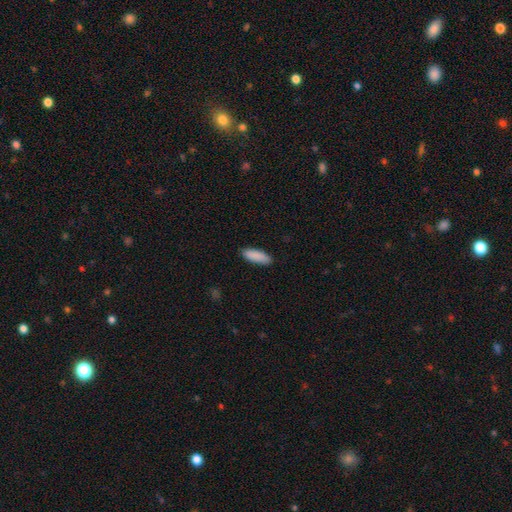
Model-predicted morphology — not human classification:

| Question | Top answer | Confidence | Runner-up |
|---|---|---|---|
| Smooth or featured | smooth | 90% | star or artifact (6%) |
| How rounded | in between | 59% | cigar-shaped (39%) |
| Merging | none | 88% | minor disturbance (9%) |